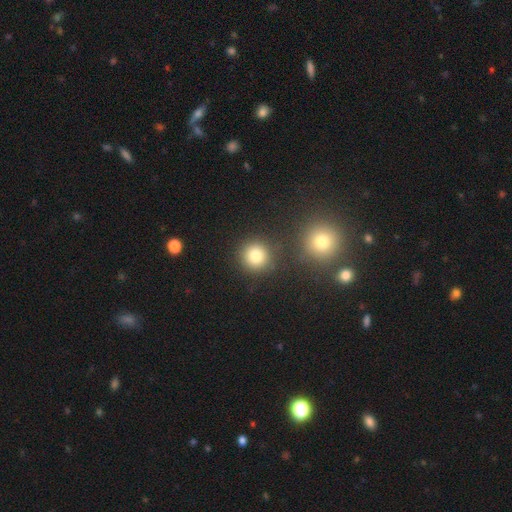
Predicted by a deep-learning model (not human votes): This appears to be a smooth galaxy with no disk features (81%) that is round (93%). Merging: none (83%).